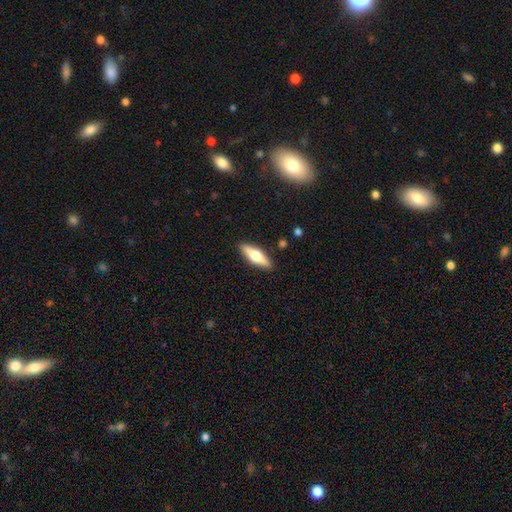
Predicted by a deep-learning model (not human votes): This appears to be a smooth galaxy with no disk features (50%) that is cigar-shaped (53%). Merging: none (89%).